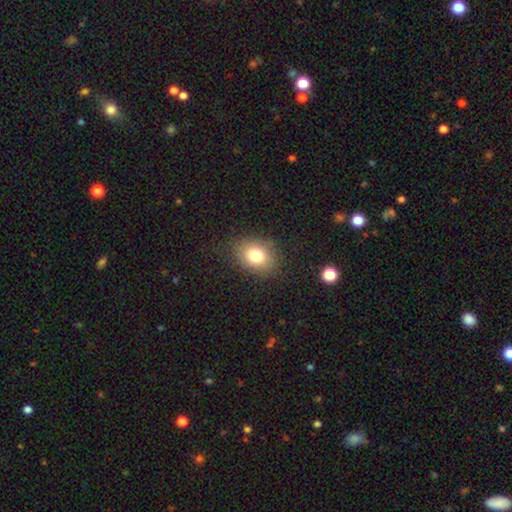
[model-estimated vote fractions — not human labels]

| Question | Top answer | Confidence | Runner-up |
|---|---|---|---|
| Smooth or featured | smooth | 78% | featured or disk (11%) |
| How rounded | in between | 62% | round (37%) |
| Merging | none | 81% | minor disturbance (13%) |